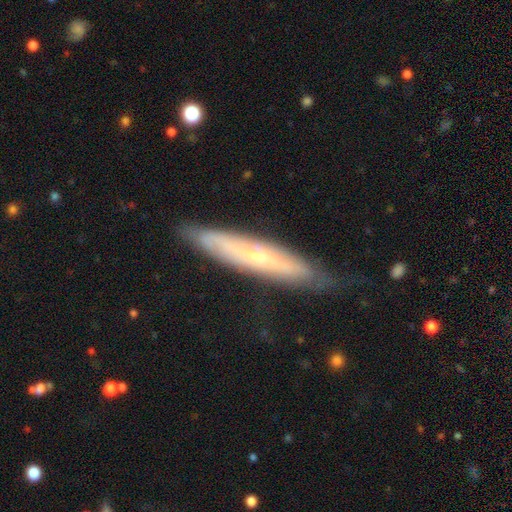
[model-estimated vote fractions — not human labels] A featured or disk galaxy (53%) viewed edge-on (70%).

Vote fractions:
- Smooth or featured? featured or disk: 53% / smooth: 40% / star or artifact: 7%
- Edge-on disk? yes: 70% / no: 30%
- Merging? none: 77% / minor disturbance: 18% / major disturbance: 4% / merger: 1%